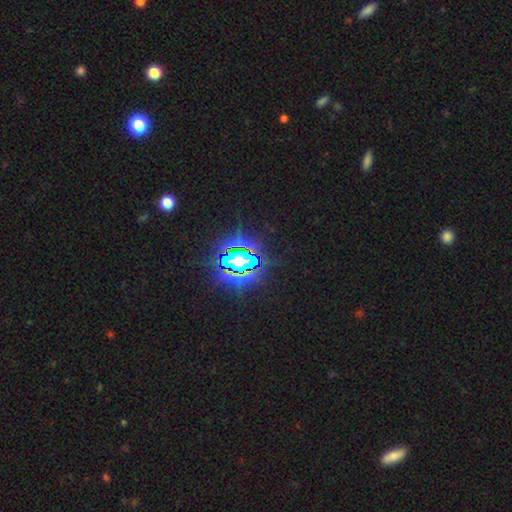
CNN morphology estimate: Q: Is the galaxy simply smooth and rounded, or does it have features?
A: star or artifact — 80%.